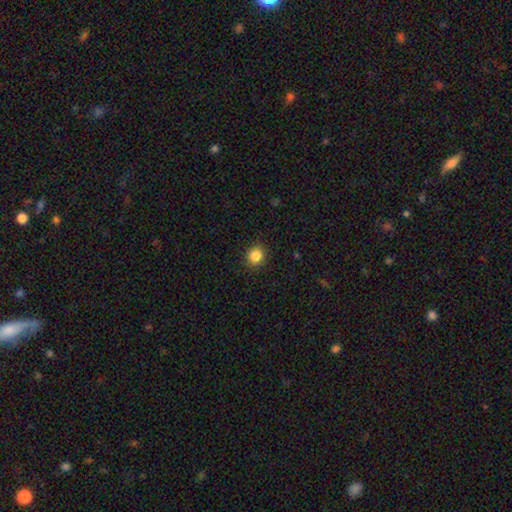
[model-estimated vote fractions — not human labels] smooth-or-featured: smooth: 86% | star or artifact: 11% | featured or disk: 4%
  how-rounded: round: 87% | in between: 12% | cigar-shaped: 1%
  merging: none: 90% | minor disturbance: 7% | major disturbance: 2% | merger: 1%